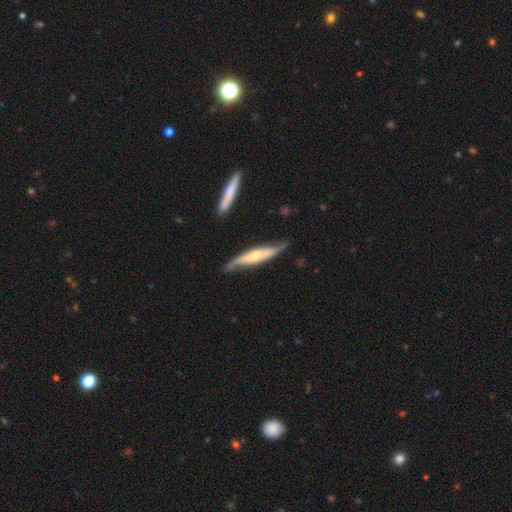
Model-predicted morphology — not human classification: Smooth or featured: featured or disk — 68% (smooth — 28%)
Edge-on disk: yes — 64% (no — 36%)
Merging: none — 71% (minor disturbance — 21%)